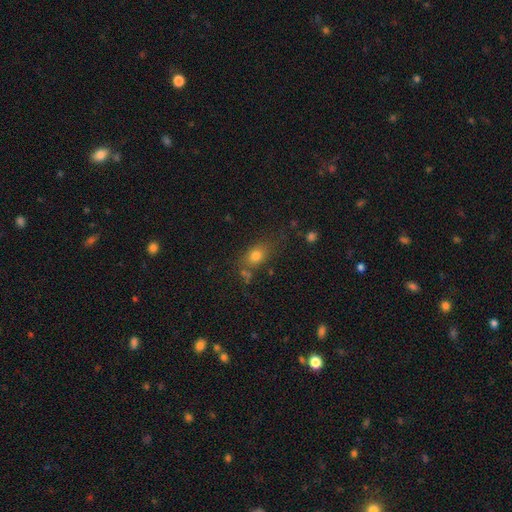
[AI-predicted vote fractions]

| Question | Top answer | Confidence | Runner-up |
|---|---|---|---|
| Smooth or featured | smooth | 76% | star or artifact (13%) |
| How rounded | in between | 61% | round (34%) |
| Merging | none | 63% | minor disturbance (19%) |